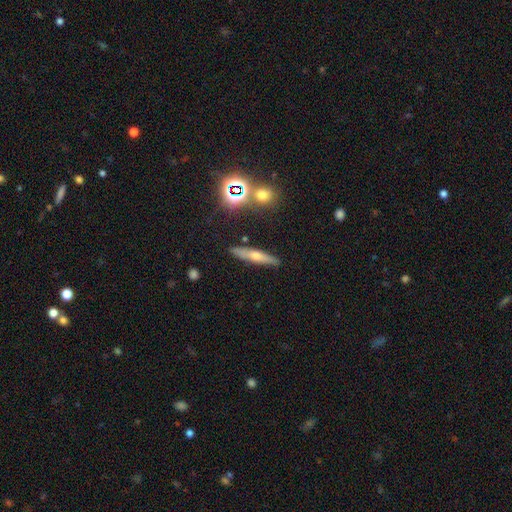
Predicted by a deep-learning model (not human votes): smooth 45%, featured or disk 43%, star or artifact 12%. Down the decision tree: merging — none (86%).